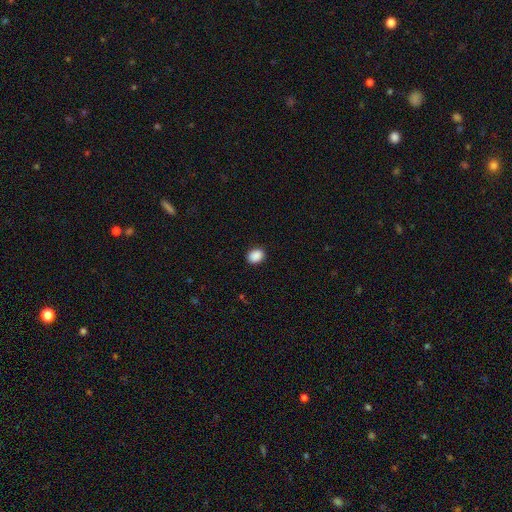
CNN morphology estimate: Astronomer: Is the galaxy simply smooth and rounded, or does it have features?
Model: smooth — 90%.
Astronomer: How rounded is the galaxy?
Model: in between — 60% (runner-up: round, 39%).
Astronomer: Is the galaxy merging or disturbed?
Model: none — 90%.